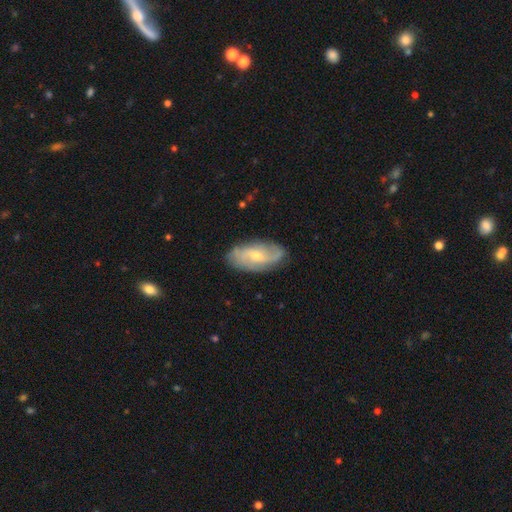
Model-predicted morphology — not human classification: A featured or disk galaxy (70%) with no bar (56%), 2 (61%) loose (40%) spiral arms (89%) and a small central bulge (67%).

Vote fractions:
- Smooth or featured? featured or disk: 70% / smooth: 24% / star or artifact: 6%
- Edge-on disk? no: 94% / yes: 6%
- Bar? no: 56% / weak: 37% / strong: 7%
- Spiral arms? yes: 89% / no: 11%
- Spiral winding? loose: 40% / medium: 39% / tight: 22%
- Spiral arm count? 2: 61% / can't tell: 22% / 3: 8% / 1: 4% / 4: 3% / more than 4: 3%
- Bulge size? small: 67% / moderate: 29% / none: 2% / large: 1% / dominant: 1%
- Merging? none: 78% / minor disturbance: 16% / major disturbance: 4% / merger: 1%